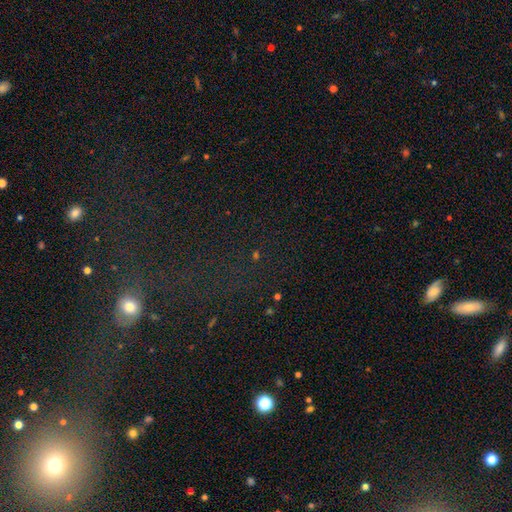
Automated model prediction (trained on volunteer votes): Smooth or featured? Predicted: star or artifact (p=0.73).